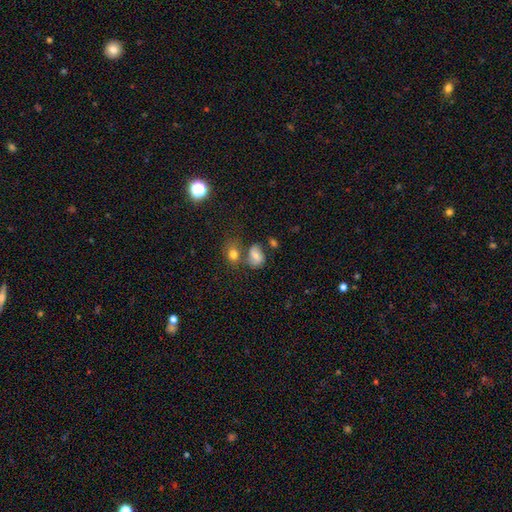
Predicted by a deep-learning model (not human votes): A smooth galaxy with no disk features (63%) that is in between round and cigar-shaped (62%). Merging: none (47%).